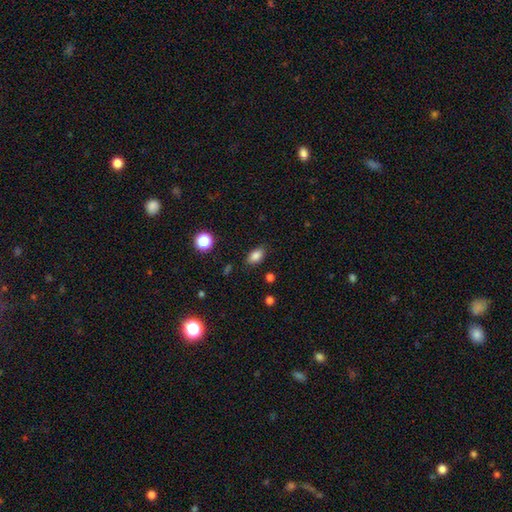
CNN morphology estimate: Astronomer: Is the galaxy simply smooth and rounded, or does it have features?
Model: smooth — 84%.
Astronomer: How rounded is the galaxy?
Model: in between — 86%.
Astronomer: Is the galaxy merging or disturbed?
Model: none — 83%.